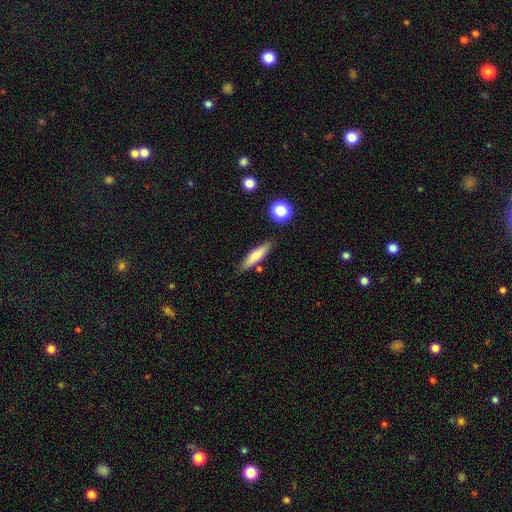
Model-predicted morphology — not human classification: The model was most divided on "smooth or featured": smooth: 68%, featured or disk: 24%, star or artifact: 7%. More confident: merging — none (82%); how rounded — cigar-shaped (79%).